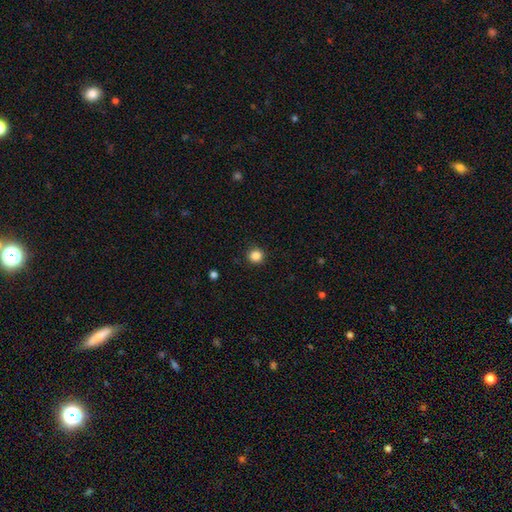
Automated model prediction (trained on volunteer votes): This appears to be a smooth galaxy with no disk features (85%) that is round (94%). Merging: none (91%).